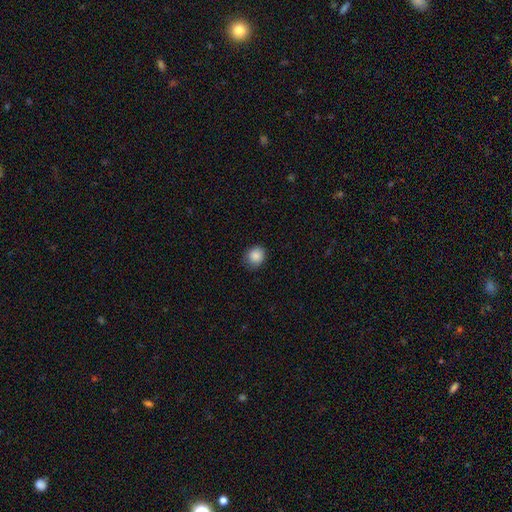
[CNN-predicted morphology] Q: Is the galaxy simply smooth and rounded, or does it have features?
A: smooth — 88%.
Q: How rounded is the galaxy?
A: round — 74%.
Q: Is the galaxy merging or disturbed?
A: none — 80%.